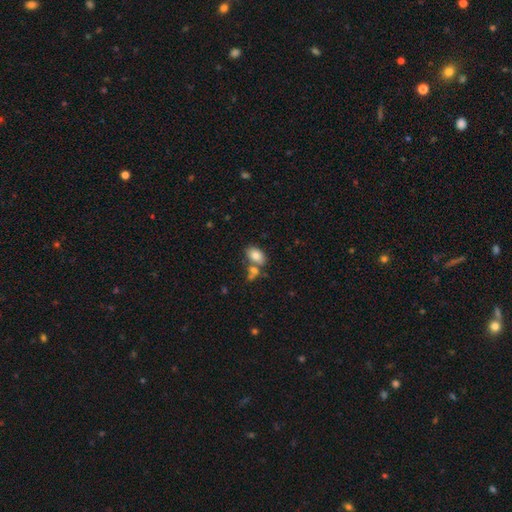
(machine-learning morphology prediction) smooth-or-featured: smooth: 82% | featured or disk: 10% | star or artifact: 8%
  how-rounded: in between: 90% | round: 8% | cigar-shaped: 2%
  merging: none: 56% | merger: 27% | minor disturbance: 13% | major disturbance: 4%